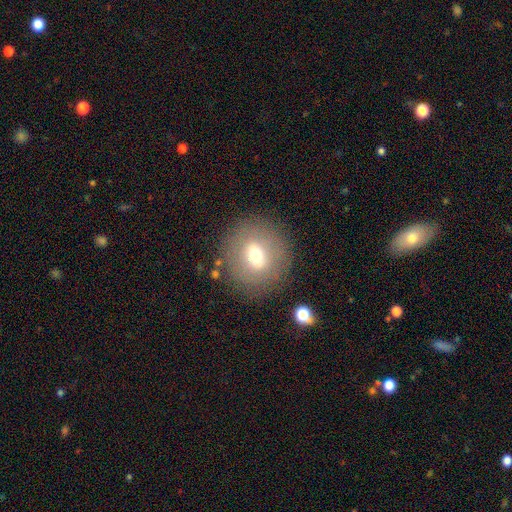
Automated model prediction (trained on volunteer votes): Morphology: type=smooth (59%); roundness=round (88%); merging=none (84%).